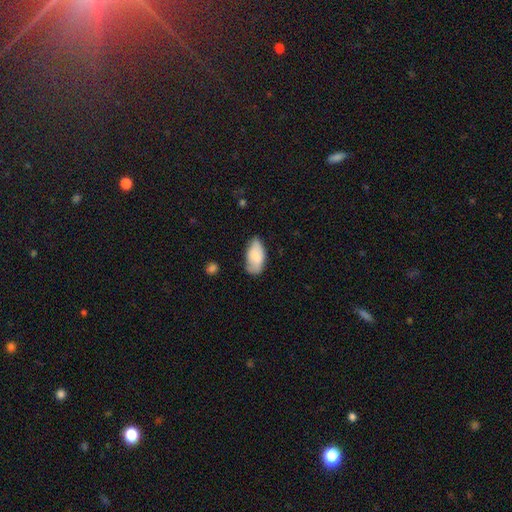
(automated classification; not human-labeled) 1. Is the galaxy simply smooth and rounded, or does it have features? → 78% smooth, 16% featured or disk, 7% star or artifact.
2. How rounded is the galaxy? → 94% in between, 3% cigar-shaped, 3% round.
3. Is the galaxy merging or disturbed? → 58% none, 33% minor disturbance, 7% major disturbance, 2% merger.